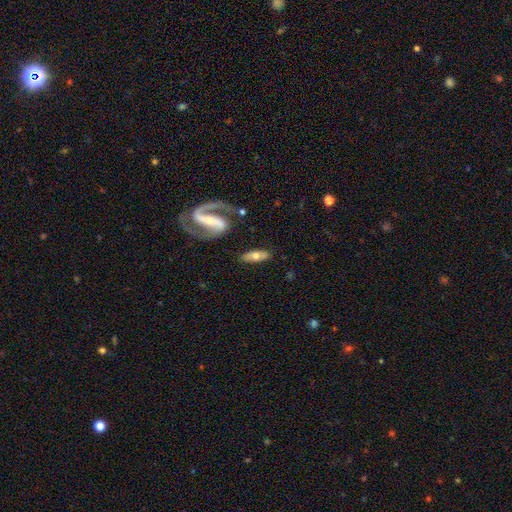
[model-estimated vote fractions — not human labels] Smooth or featured?
  - featured or disk: 49% *
  - smooth: 45%
  - star or artifact: 6%
Merging?
  - none: 81% *
  - minor disturbance: 12%
  - major disturbance: 4%
  - merger: 3%